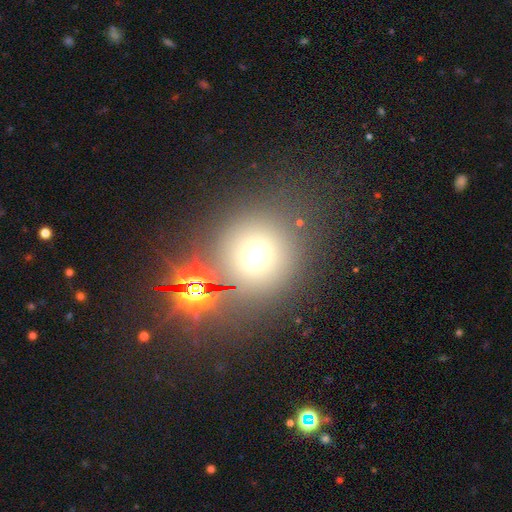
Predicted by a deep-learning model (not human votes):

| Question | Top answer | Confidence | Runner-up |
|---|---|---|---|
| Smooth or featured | smooth | 53% | star or artifact (35%) |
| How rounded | round | 89% | in between (10%) |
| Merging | none | 75% | minor disturbance (10%) |